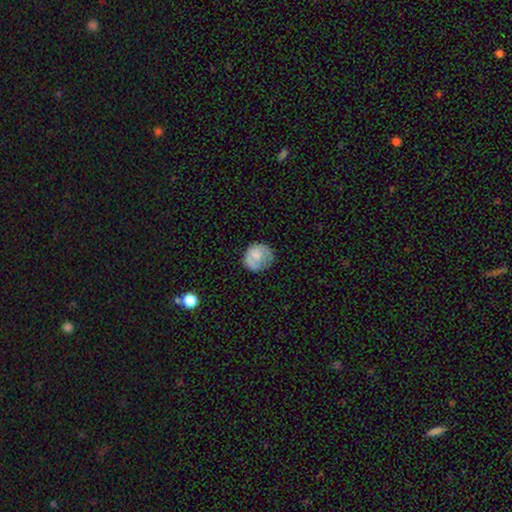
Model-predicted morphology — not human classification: A smooth galaxy with no disk features (72%) that is round (83%).

Vote fractions:
- Smooth or featured? smooth: 72% / featured or disk: 20% / star or artifact: 7%
- How rounded? round: 83% / in between: 16% / cigar-shaped: 1%
- Merging? none: 66% / minor disturbance: 22% / major disturbance: 10% / merger: 2%